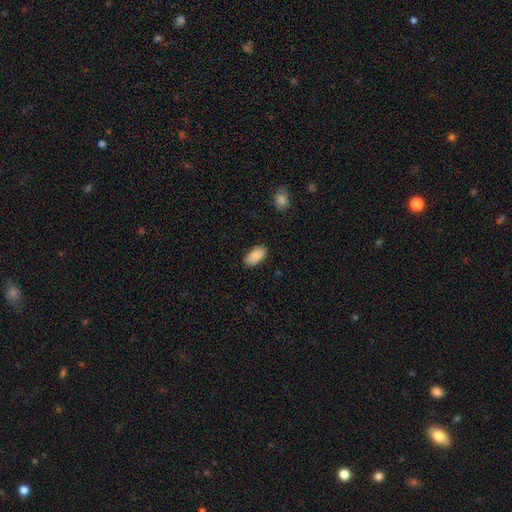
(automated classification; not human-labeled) Smooth or featured? Predicted: smooth (p=0.86). How rounded? Predicted: in between (p=0.95). Merging? Predicted: none (p=0.86).